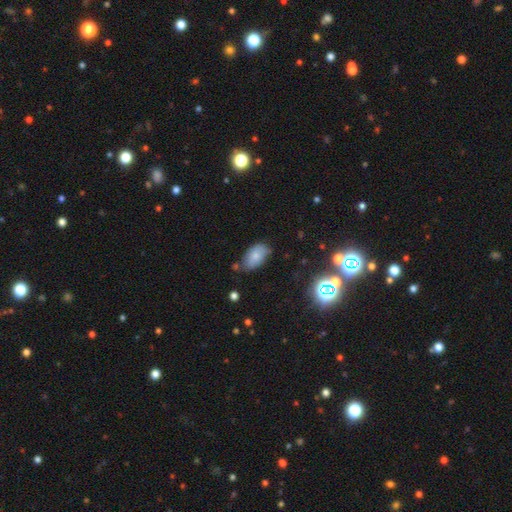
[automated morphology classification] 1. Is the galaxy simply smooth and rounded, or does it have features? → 75% smooth, 15% featured or disk, 11% star or artifact.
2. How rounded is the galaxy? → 92% in between, 6% round, 2% cigar-shaped.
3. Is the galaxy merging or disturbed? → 62% none, 27% minor disturbance, 6% merger, 6% major disturbance.